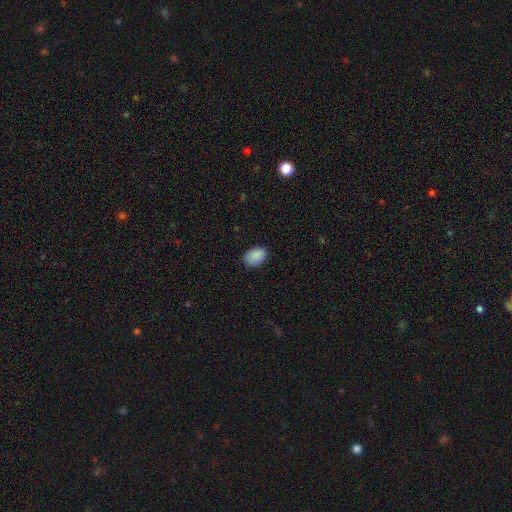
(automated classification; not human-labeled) Morphology: type=smooth (89%); roundness=in between (78%); merging=none (82%).